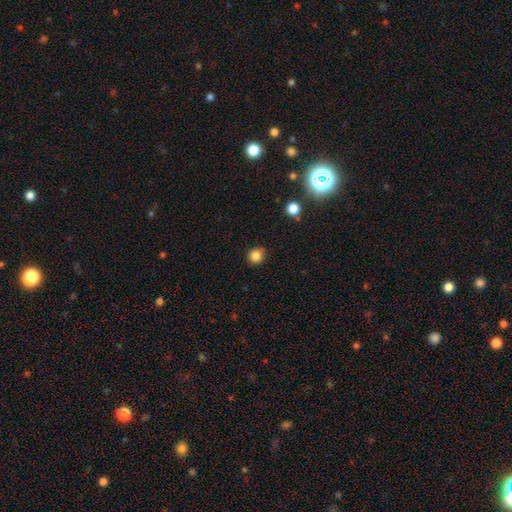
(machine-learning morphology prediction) Overall: smooth (84%). How rounded: round (89%). Merging: none (86%).